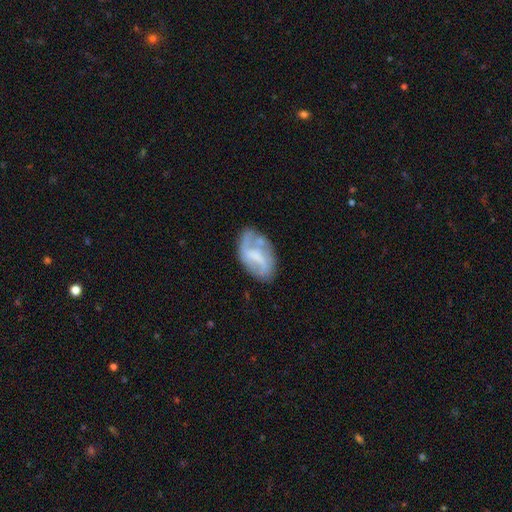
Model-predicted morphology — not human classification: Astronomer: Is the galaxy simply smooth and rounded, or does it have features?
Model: featured or disk — 65%.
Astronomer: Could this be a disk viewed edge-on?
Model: no — 96%.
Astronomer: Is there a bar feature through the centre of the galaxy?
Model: weak — 45% (runner-up: no, 29%).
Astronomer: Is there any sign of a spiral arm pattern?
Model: yes — 72%.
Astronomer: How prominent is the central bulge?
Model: none — 44% (runner-up: small, 26%).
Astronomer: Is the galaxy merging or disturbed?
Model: none — 56%.